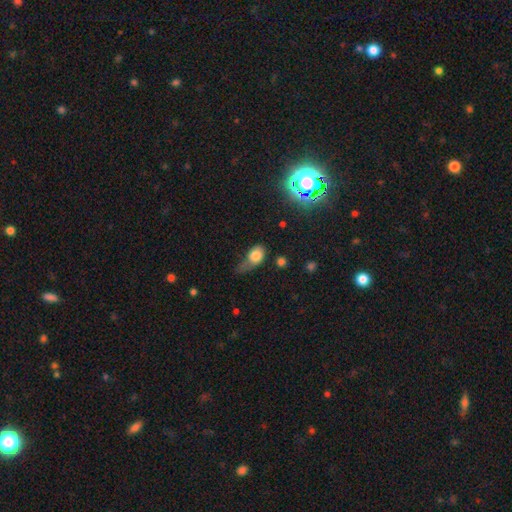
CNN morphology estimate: A smooth galaxy with no disk features (76%) that is in between round and cigar-shaped (70%).

Vote fractions:
- Smooth or featured? smooth: 76% / featured or disk: 13% / star or artifact: 11%
- How rounded? in between: 70% / round: 26% / cigar-shaped: 4%
- Merging? major disturbance: 41% / minor disturbance: 33% / none: 20% / merger: 7%